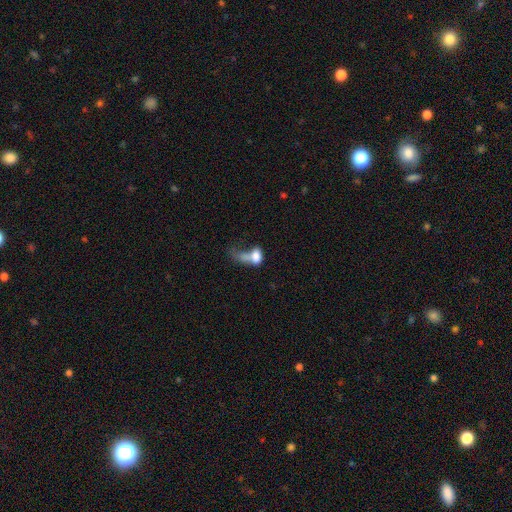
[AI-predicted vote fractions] Overall: smooth (67%). How rounded: in between (83%). Merging: major disturbance (40%; merger 37%).